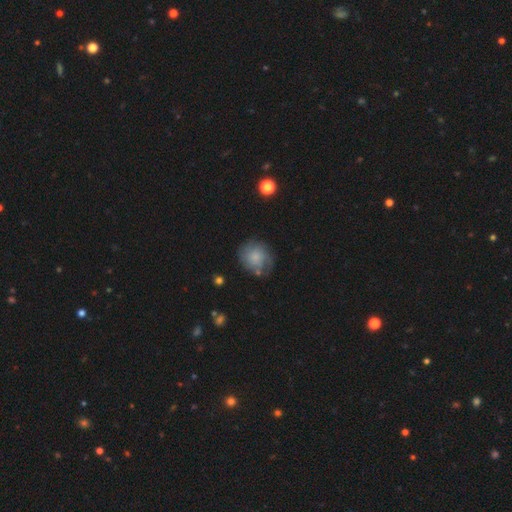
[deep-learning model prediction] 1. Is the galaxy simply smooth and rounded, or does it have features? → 61% smooth, 30% featured or disk, 9% star or artifact.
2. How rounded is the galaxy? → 80% round, 19% in between, 1% cigar-shaped.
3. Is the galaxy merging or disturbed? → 62% none, 23% minor disturbance, 11% major disturbance, 4% merger.